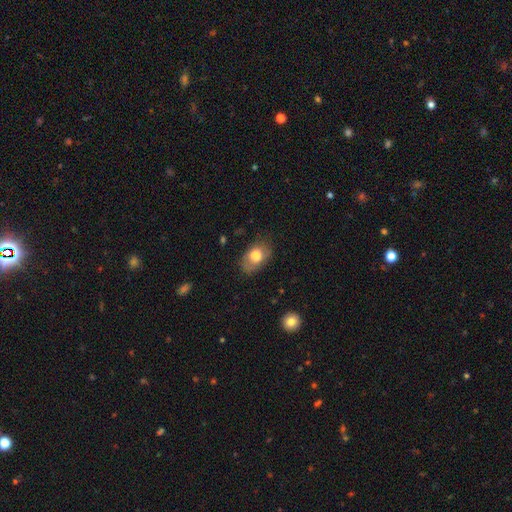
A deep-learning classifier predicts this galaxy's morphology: This is likely a smooth galaxy (73%). How rounded: clearly in between (84%). Merging: likely none (65%).